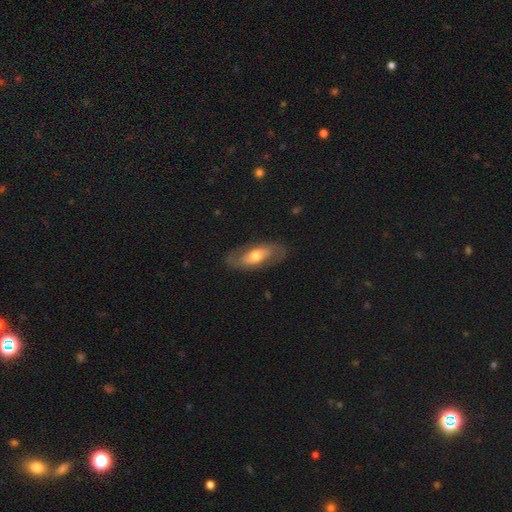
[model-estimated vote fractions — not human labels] The model was most divided on "smooth or featured": featured or disk: 59%, smooth: 36%, star or artifact: 5%. More confident: edge-on disk — no (85%); merging — none (80%).